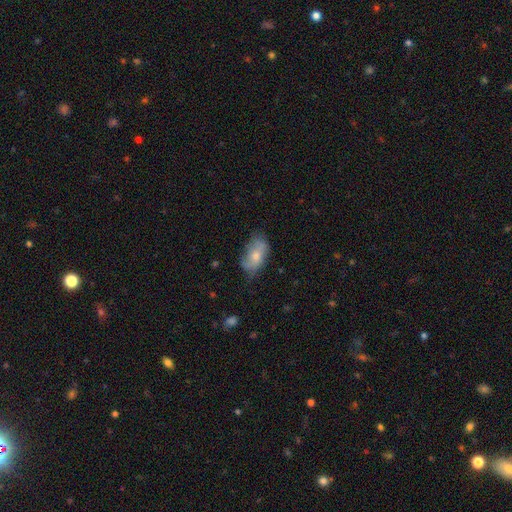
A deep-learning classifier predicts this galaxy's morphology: Smooth or featured? smooth (61%)
How rounded? in between (91%)
Merging? none (53%)